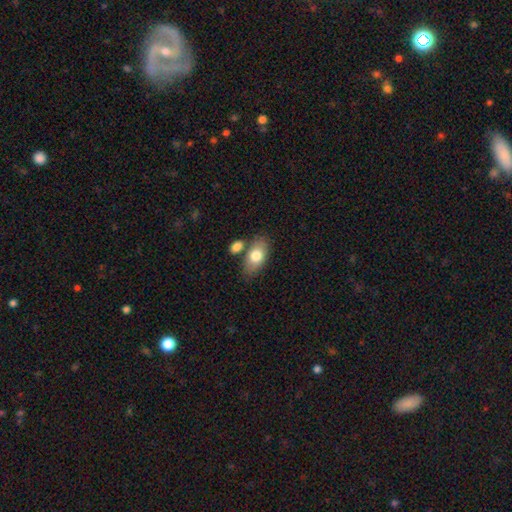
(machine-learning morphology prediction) smooth_or_featured: smooth (p=0.77) [alt: featured or disk p=0.17]
how_rounded: in between (p=0.90) [alt: round p=0.07]
merging: none (p=0.63) [alt: merger p=0.19]